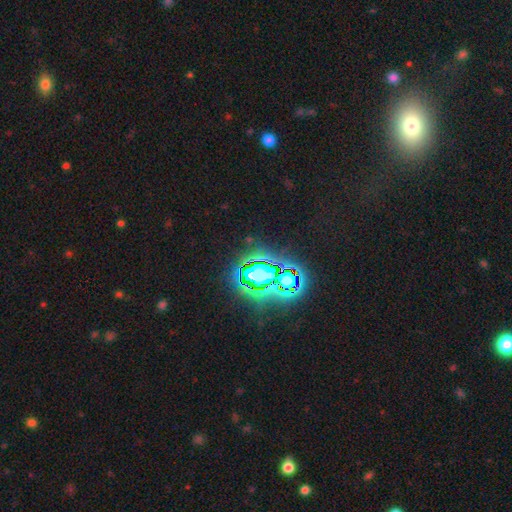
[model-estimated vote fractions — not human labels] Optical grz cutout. It shows a star or artifact, not a galaxy (79%).